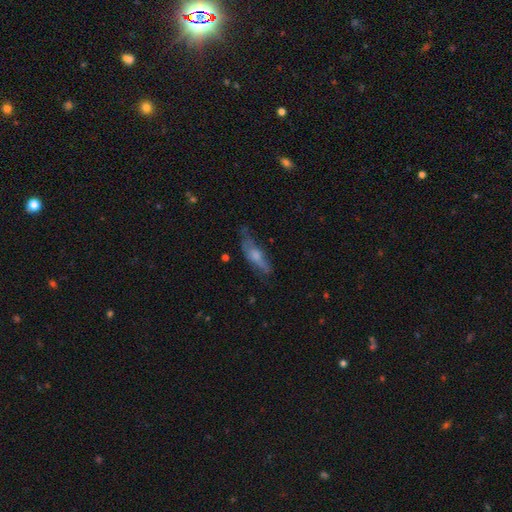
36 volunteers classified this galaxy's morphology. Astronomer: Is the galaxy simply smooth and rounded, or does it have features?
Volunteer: smooth — 53% (runner-up: featured or disk, 39%).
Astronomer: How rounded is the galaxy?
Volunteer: cigar-shaped — 63%.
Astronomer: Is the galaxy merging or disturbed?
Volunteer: none — 39% (runner-up: minor disturbance, 36%).